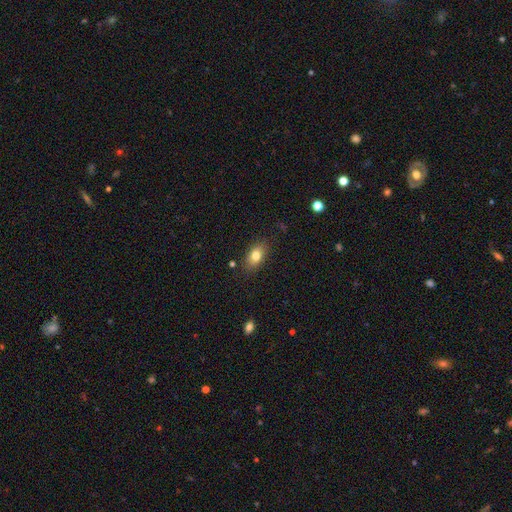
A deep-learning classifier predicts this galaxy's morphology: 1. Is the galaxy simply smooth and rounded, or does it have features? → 78% smooth, 12% featured or disk, 9% star or artifact.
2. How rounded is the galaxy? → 85% in between, 12% round, 4% cigar-shaped.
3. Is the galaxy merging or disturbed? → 83% none, 12% minor disturbance, 3% major disturbance, 2% merger.